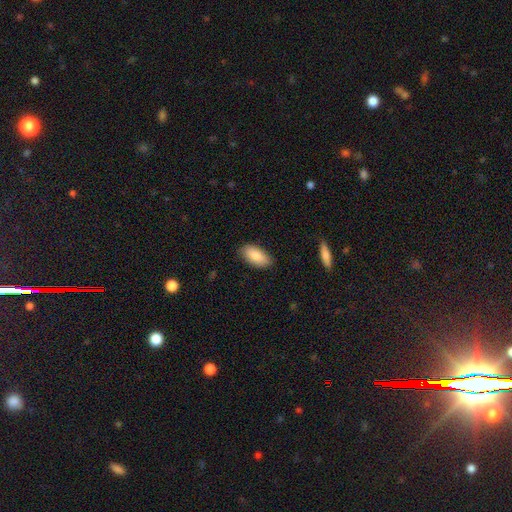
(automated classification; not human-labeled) smooth_or_featured: smooth (p=0.86) [alt: featured or disk p=0.07]
how_rounded: in between (p=0.93) [alt: cigar-shaped p=0.05]
merging: none (p=0.85) [alt: minor disturbance p=0.12]